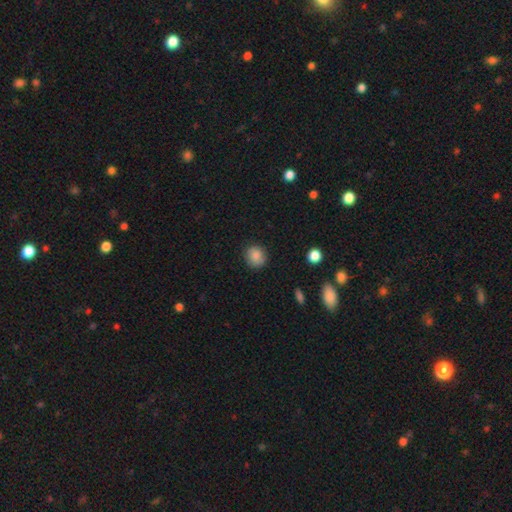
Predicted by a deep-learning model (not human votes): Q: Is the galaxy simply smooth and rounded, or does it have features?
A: smooth — 84%.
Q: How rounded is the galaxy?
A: round — 85%.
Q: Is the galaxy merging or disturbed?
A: none — 86%.